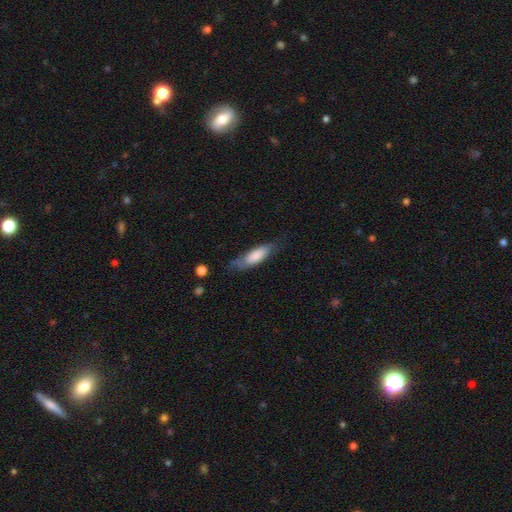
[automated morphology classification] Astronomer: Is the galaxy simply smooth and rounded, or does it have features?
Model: smooth — 73%.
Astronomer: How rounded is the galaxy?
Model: in between — 60% (runner-up: cigar-shaped, 38%).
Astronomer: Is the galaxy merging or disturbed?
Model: none — 57%.